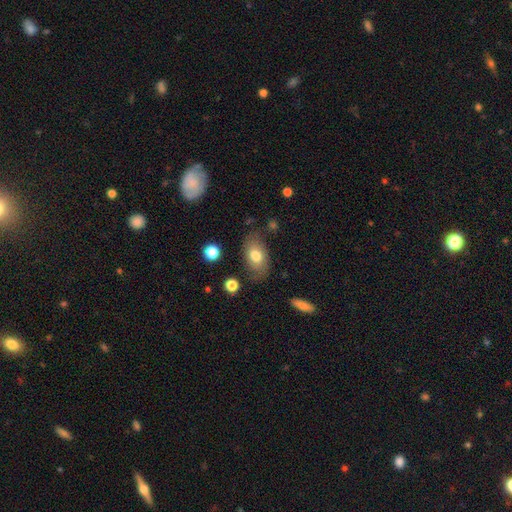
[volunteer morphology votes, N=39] type=smooth (79%); roundness=in between (94%); merging=none (54%).